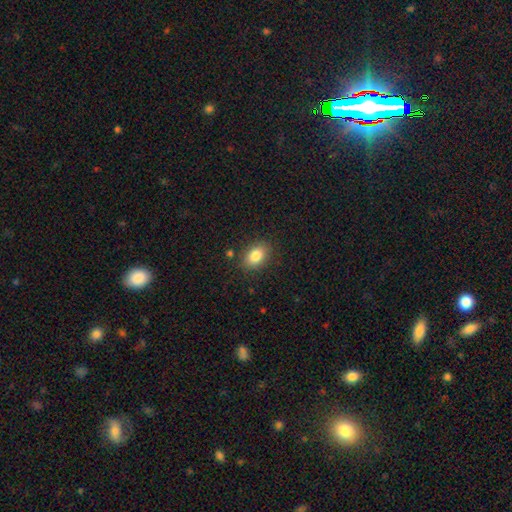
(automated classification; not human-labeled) Smooth or featured?
  - smooth: 84% *
  - star or artifact: 9%
  - featured or disk: 7%
How rounded?
  - in between: 81% *
  - round: 17%
  - cigar-shaped: 1%
Merging?
  - none: 84% *
  - minor disturbance: 11%
  - major disturbance: 3%
  - merger: 2%